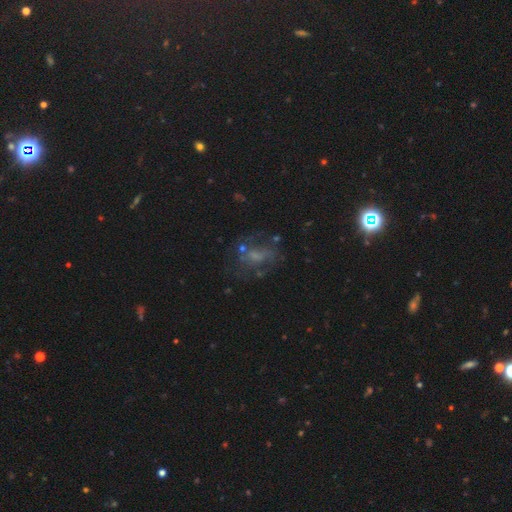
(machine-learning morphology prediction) Q: Smooth or featured?
A: featured or disk (53%); runner-up: smooth (27%)
Q: Edge-on disk?
A: no (96%); runner-up: yes (4%)
Q: Bar?
A: no (66%); runner-up: weak (27%)
Q: Spiral arms?
A: no (54%); runner-up: yes (46%)
Q: Bulge size?
A: small (34%); runner-up: none (33%)
Q: Merging?
A: none (53%); runner-up: major disturbance (22%)